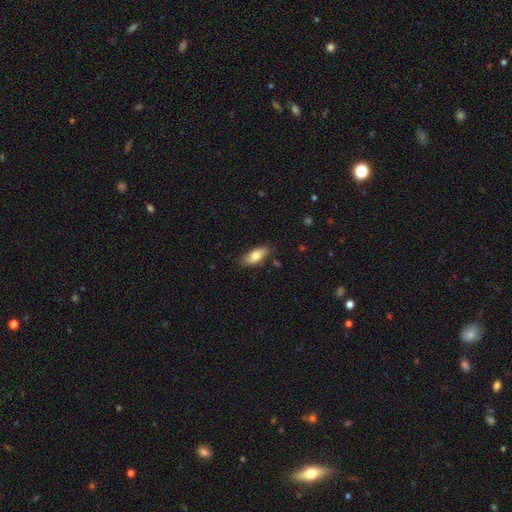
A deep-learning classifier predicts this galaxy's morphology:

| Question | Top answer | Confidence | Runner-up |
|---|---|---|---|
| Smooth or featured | smooth | 74% | featured or disk (19%) |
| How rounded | in between | 83% | cigar-shaped (14%) |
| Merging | none | 82% | minor disturbance (14%) |